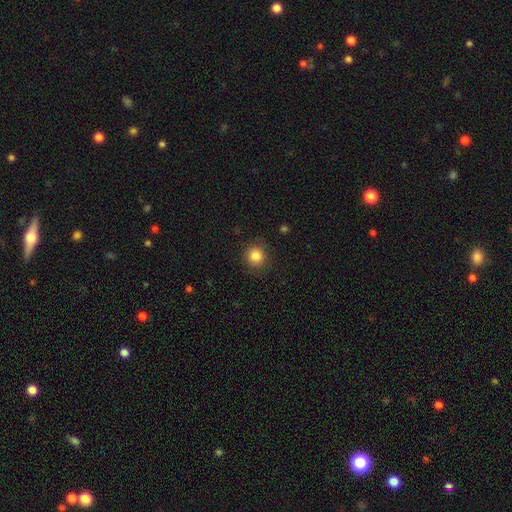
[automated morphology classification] Overall: smooth (84%). How rounded: round (90%). Merging: none (87%).